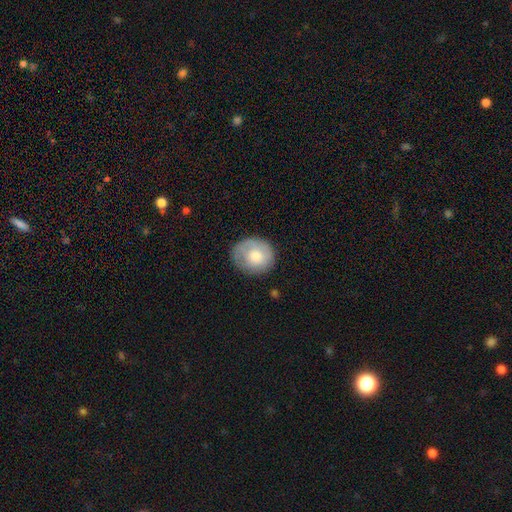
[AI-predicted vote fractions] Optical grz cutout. It shows a smooth galaxy with no disk features (68%) that is round (78%). Merging: none (73%).